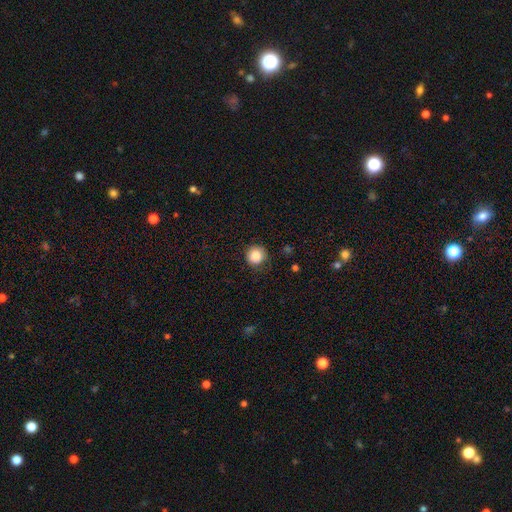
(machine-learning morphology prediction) type=smooth (85%); roundness=round (93%); merging=none (80%).